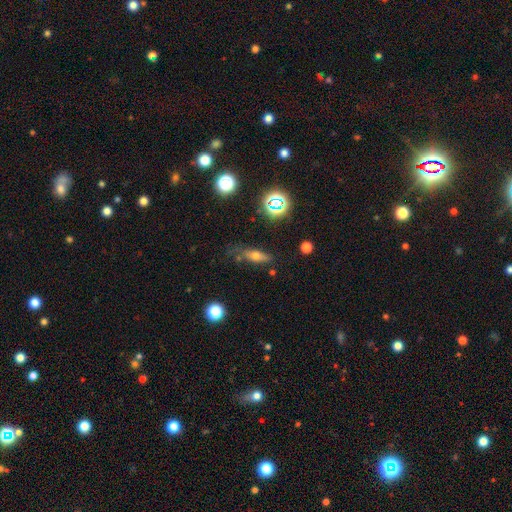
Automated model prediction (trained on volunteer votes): Q: Smooth or featured?
A: smooth (57%); runner-up: featured or disk (27%)
Q: How rounded?
A: in between (55%); runner-up: cigar-shaped (37%)
Q: Merging?
A: none (61%); runner-up: minor disturbance (24%)